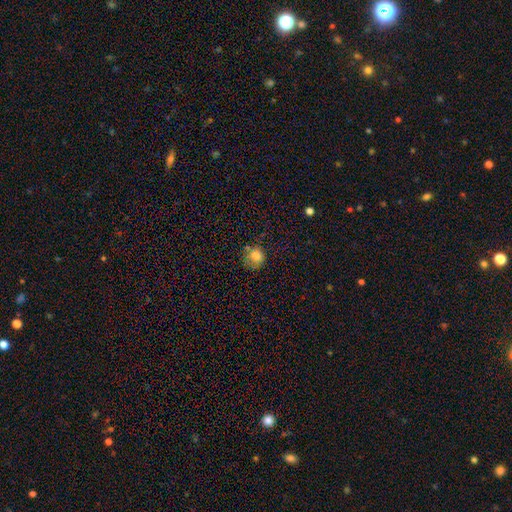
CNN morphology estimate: The model was most divided on "merging": none: 56%, minor disturbance: 26%, major disturbance: 11%, merger: 7%. More confident: smooth or featured — smooth (79%); how rounded — round (79%).